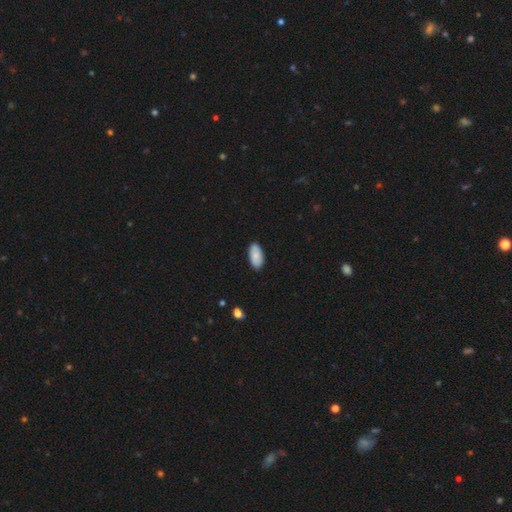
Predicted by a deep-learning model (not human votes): This is clearly a smooth galaxy (81%). How rounded: clearly in between (94%). Merging: clearly none (87%).